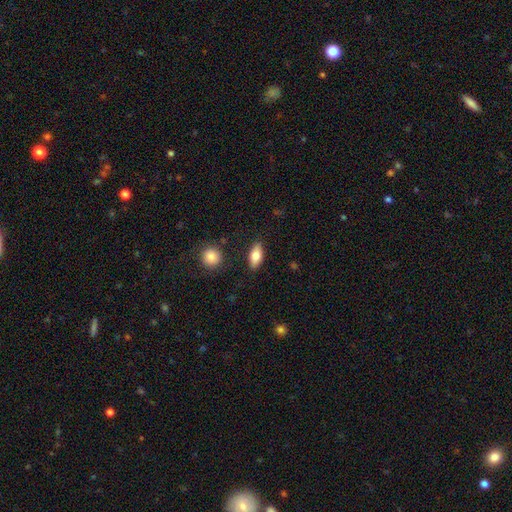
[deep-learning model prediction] This is likely a smooth galaxy (77%). How rounded: clearly in between (85%). Merging: clearly none (86%).